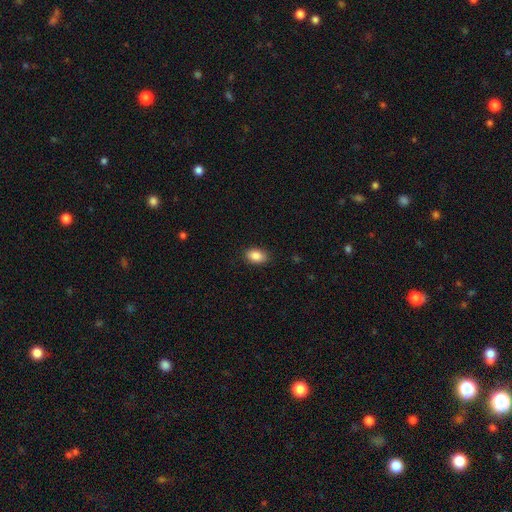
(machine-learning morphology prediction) The model was most divided on "how rounded": in between: 86%, round: 13%, cigar-shaped: 1%. More confident: smooth or featured — smooth (88%); merging — none (86%).